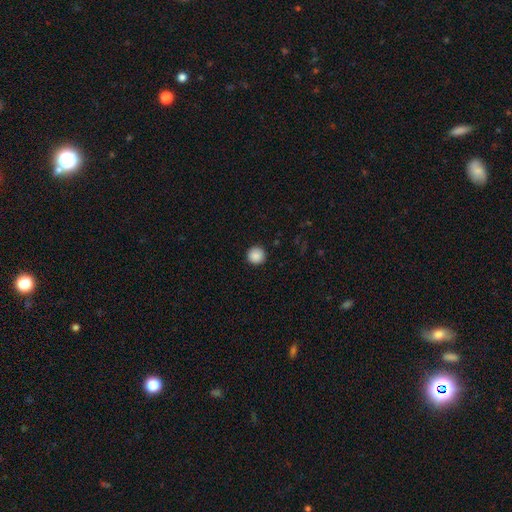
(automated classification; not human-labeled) smooth-or-featured: smooth: 89% | star or artifact: 9% | featured or disk: 2%
  how-rounded: round: 96% | in between: 3% | cigar-shaped: 1%
  merging: none: 93% | minor disturbance: 4% | major disturbance: 2% | merger: 1%